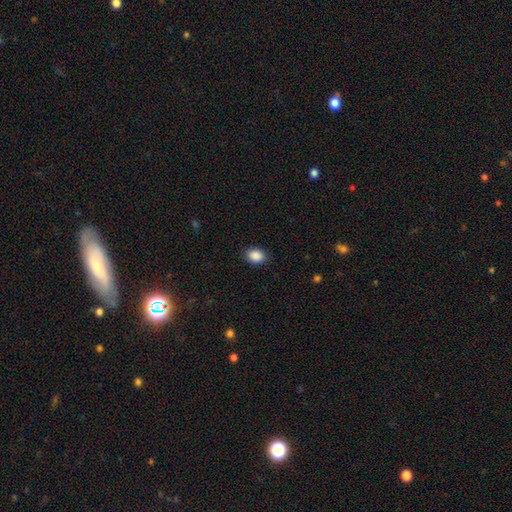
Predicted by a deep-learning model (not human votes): Smooth or featured?
  - smooth: 89% *
  - star or artifact: 8%
  - featured or disk: 3%
How rounded?
  - in between: 61% *
  - round: 38%
  - cigar-shaped: 1%
Merging?
  - none: 87% *
  - minor disturbance: 9%
  - major disturbance: 3%
  - merger: 1%